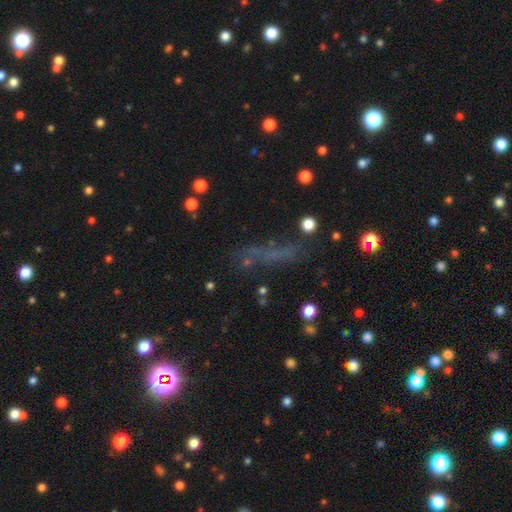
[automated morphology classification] smooth 45%, star or artifact 34%, featured or disk 21%. Down the decision tree: merging — none (59%).